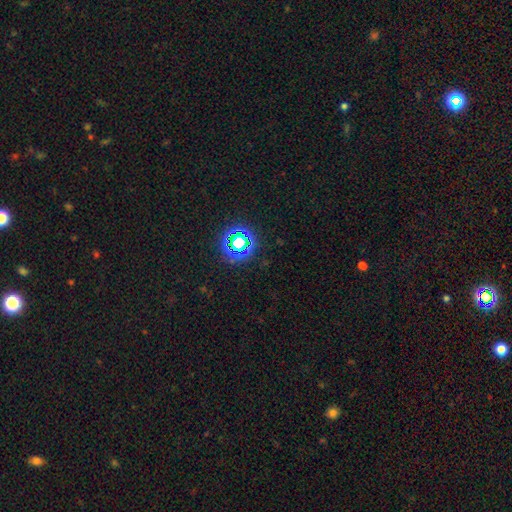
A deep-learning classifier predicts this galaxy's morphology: This appears to be a star or artifact, not a galaxy (76%).